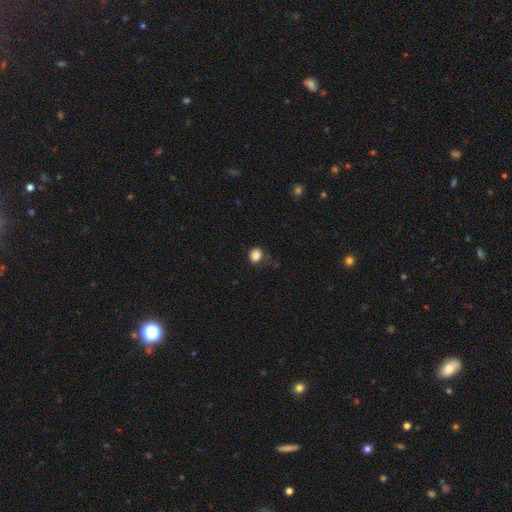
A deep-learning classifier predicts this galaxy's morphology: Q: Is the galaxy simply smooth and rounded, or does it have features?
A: smooth — 85%.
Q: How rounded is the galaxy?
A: round — 67%.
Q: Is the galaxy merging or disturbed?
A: none — 64%.